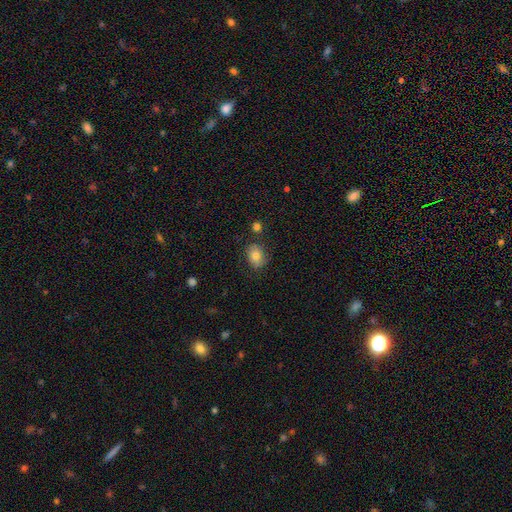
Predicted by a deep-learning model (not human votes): This appears to be a smooth galaxy with no disk features (78%) that is in between round and cigar-shaped (62%). Merging: none (74%).